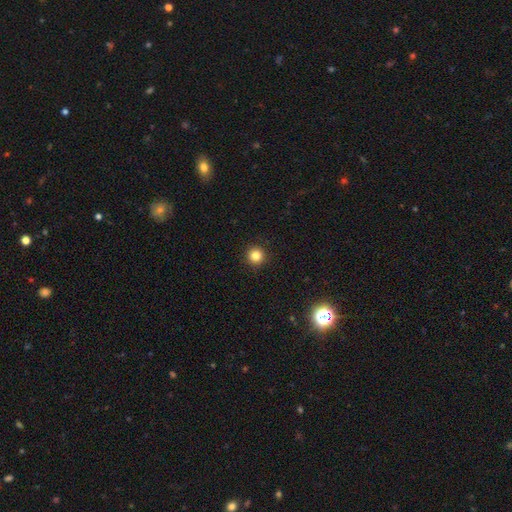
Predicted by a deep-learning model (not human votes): A smooth galaxy with no disk features (83%) that is round (96%).

Vote fractions:
- Smooth or featured? smooth: 83% / star or artifact: 12% / featured or disk: 5%
- How rounded? round: 96% / in between: 3% / cigar-shaped: 1%
- Merging? none: 93% / minor disturbance: 4% / major disturbance: 2% / merger: 1%